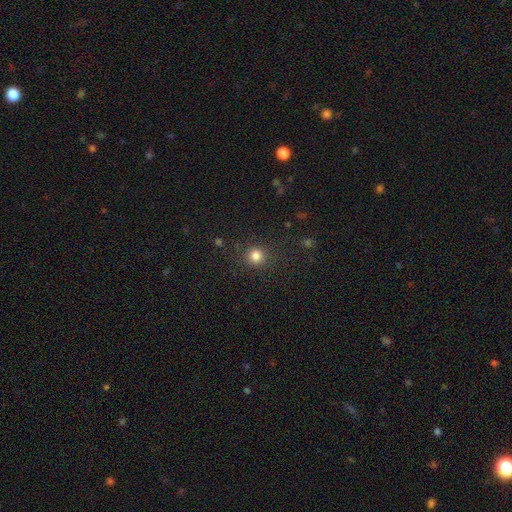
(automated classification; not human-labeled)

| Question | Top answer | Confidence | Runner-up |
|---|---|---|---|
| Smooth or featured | smooth | 82% | star or artifact (13%) |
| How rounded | round | 92% | in between (7%) |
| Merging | none | 87% | minor disturbance (8%) |